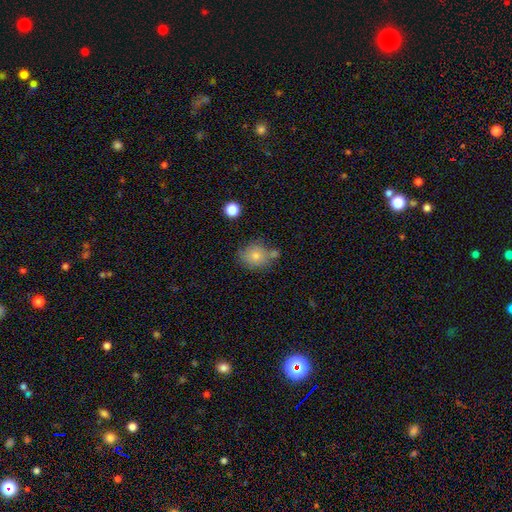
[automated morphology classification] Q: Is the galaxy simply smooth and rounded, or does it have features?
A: smooth — 71%.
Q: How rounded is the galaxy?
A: round — 62%.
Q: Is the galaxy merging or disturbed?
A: none — 60%.